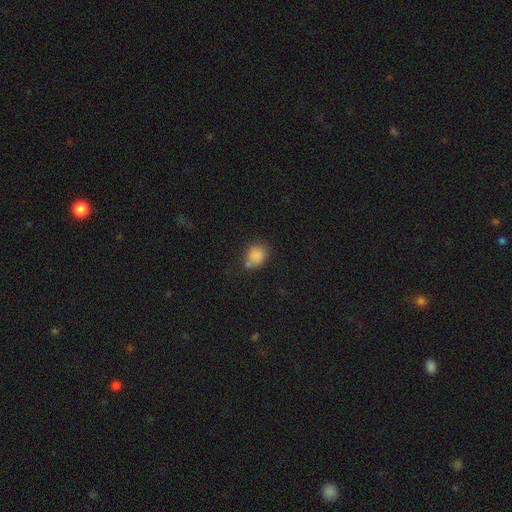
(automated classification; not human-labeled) smooth_or_featured: smooth (p=0.84) [alt: star or artifact p=0.10]
how_rounded: round (p=0.53) [alt: in between p=0.46]
merging: none (p=0.58) [alt: minor disturbance p=0.24]